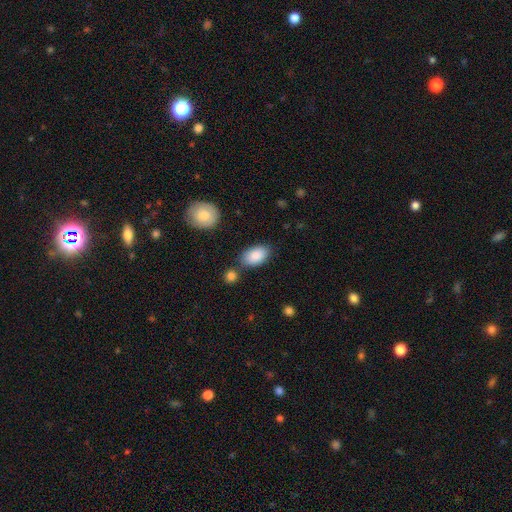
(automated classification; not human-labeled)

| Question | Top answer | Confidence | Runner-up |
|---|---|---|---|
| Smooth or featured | smooth | 87% | featured or disk (7%) |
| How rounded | in between | 93% | round (6%) |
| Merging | none | 72% | minor disturbance (15%) |